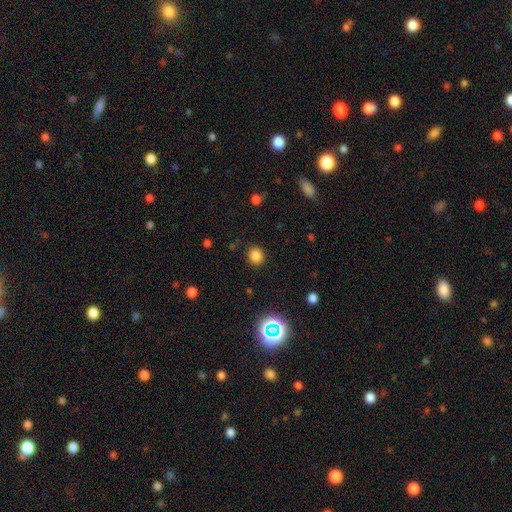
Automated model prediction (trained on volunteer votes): The model was most divided on "how rounded": round: 81%, in between: 18%, cigar-shaped: 1%. More confident: merging — none (88%); smooth or featured — smooth (81%).